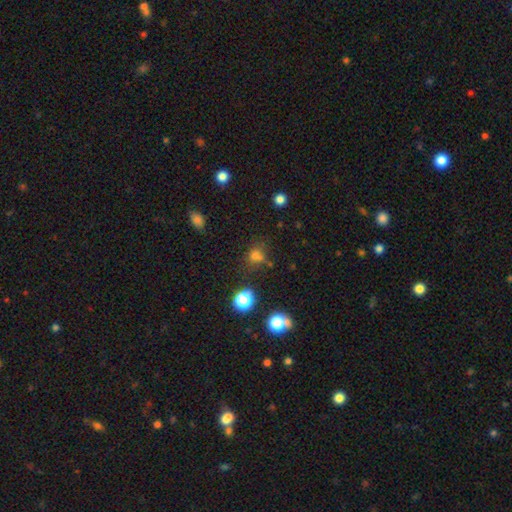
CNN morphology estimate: type=smooth (65%); roundness=round (73%); merging=none (60%).